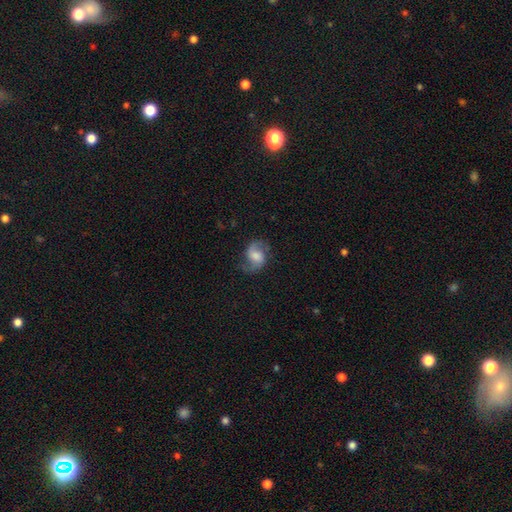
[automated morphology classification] Smooth or featured? featured or disk (73%)
Edge-on disk? no (98%)
Bar? weak (47%)
Spiral arms? yes (94%)
Spiral winding? loose (45%)
Spiral arm count? 2 (91%)
Bulge size? moderate (38%)
Merging? none (72%)